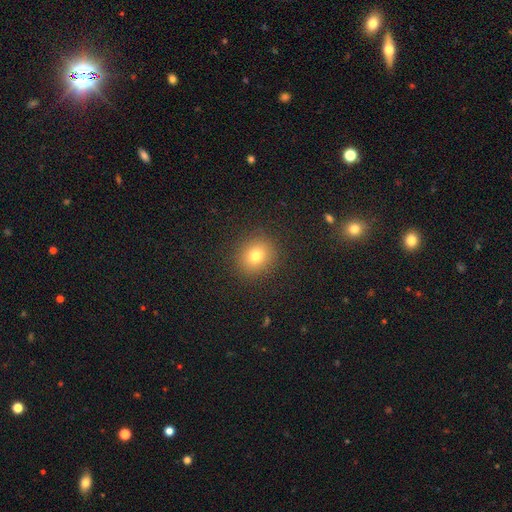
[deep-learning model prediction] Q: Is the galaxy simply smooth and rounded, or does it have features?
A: smooth — 77%.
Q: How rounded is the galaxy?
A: round — 80%.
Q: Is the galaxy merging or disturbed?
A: none — 89%.